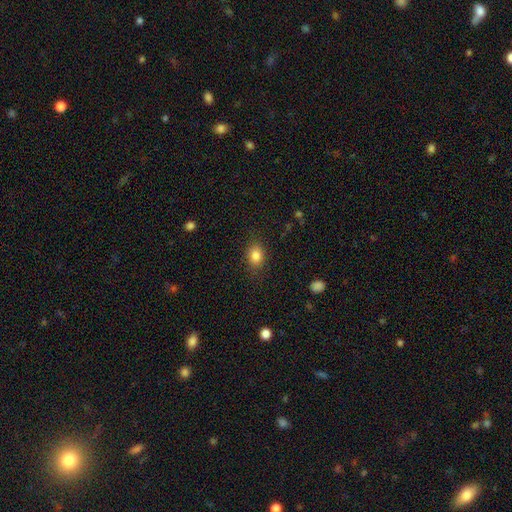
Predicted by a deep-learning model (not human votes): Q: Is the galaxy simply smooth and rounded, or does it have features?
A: smooth — 84%.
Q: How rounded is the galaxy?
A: in between — 57%.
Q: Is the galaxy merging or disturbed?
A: none — 84%.